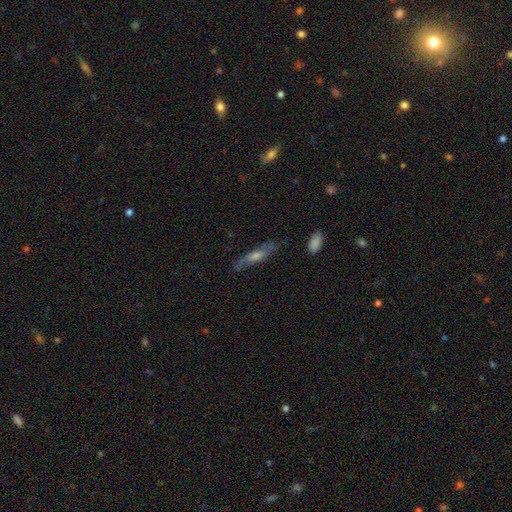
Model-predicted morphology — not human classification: Overall: featured or disk (56%; smooth 35%). Edge-on disk: yes (55%; no 45%). Merging: none (73%).